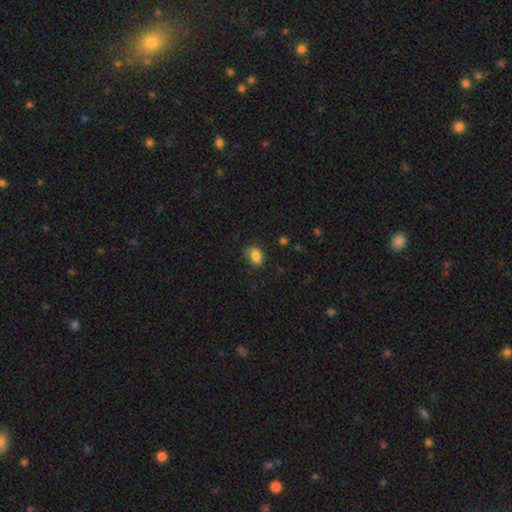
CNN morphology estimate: Smooth or featured: smooth — 85% (star or artifact — 10%)
How rounded: in between — 74% (round — 25%)
Merging: none — 67% (minor disturbance — 25%)